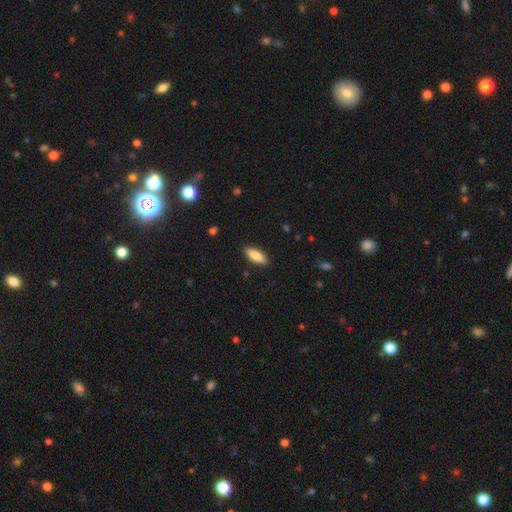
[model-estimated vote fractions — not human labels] Q: Smooth or featured?
A: smooth (86%); runner-up: featured or disk (8%)
Q: How rounded?
A: in between (72%); runner-up: cigar-shaped (27%)
Q: Merging?
A: none (88%); runner-up: minor disturbance (9%)